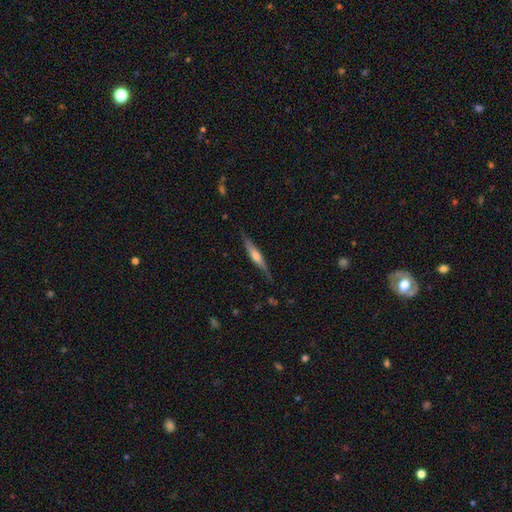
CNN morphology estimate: Smooth or featured?
  - featured or disk: 60% *
  - smooth: 34%
  - star or artifact: 6%
Edge-on disk?
  - yes: 95% *
  - no: 5%
Edge-on bulge?
  - rounded: 75% *
  - boxy: 14%
  - none: 12%
Merging?
  - none: 81% *
  - minor disturbance: 15%
  - major disturbance: 3%
  - merger: 1%